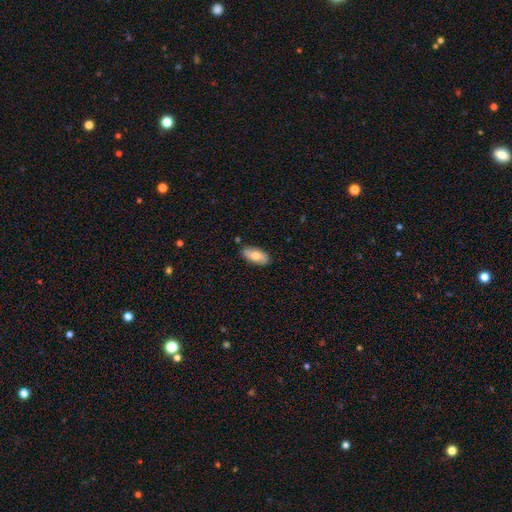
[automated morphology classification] This appears to be a smooth galaxy with no disk features (69%) that is in between round and cigar-shaped (89%). Merging: none (82%).